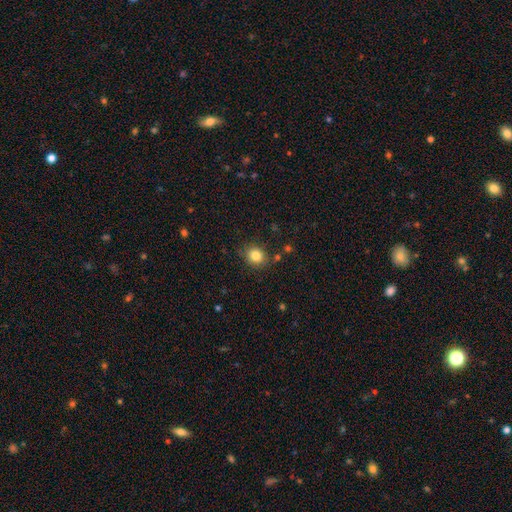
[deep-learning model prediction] The model was most divided on "how rounded": round: 77%, in between: 22%, cigar-shaped: 1%. More confident: smooth or featured — smooth (83%); merging — none (83%).